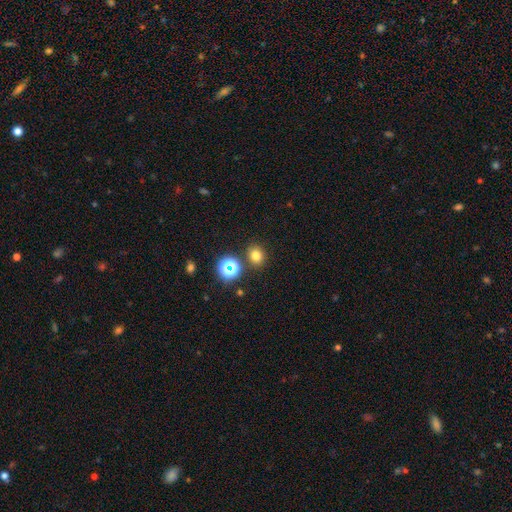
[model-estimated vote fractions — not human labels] A smooth galaxy with no disk features (74%) that is round (74%). Merging: none (83%).